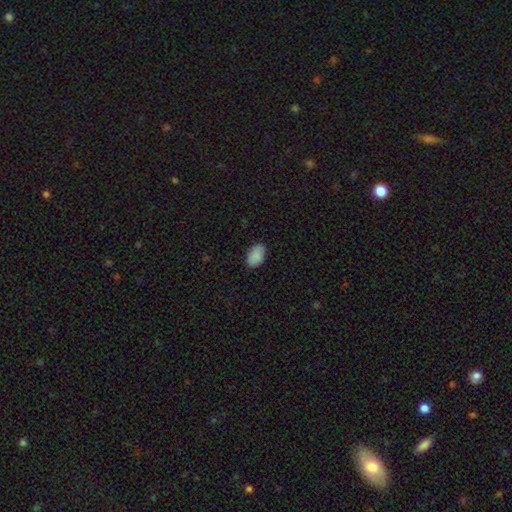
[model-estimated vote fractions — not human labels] Q: Smooth or featured?
A: smooth (89%); runner-up: star or artifact (8%)
Q: How rounded?
A: in between (91%); runner-up: round (8%)
Q: Merging?
A: none (86%); runner-up: minor disturbance (10%)